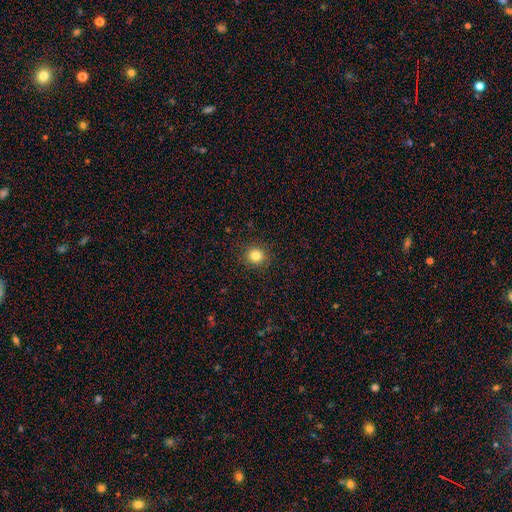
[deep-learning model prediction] A smooth galaxy with no disk features (83%) that is round (90%). Merging: none (90%).